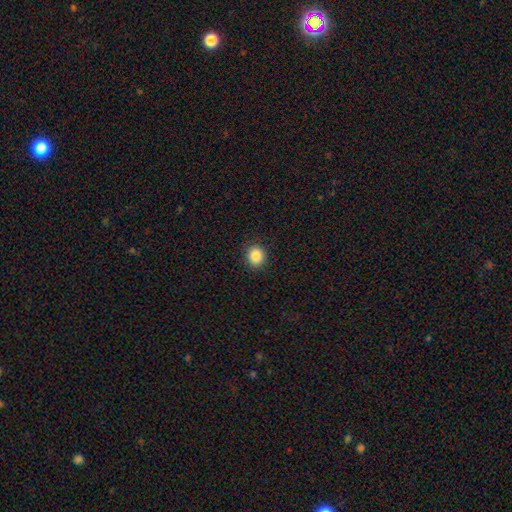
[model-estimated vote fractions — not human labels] A smooth galaxy with no disk features (86%) that is round (78%).

Vote fractions:
- Smooth or featured? smooth: 86% / star or artifact: 9% / featured or disk: 4%
- How rounded? round: 78% / in between: 21% / cigar-shaped: 1%
- Merging? none: 91% / minor disturbance: 6% / major disturbance: 2% / merger: 1%